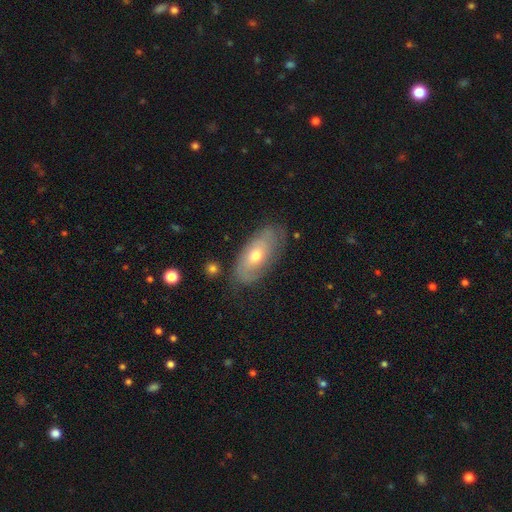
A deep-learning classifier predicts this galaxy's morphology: The model was most divided on "smooth or featured": featured or disk: 51%, smooth: 40%, star or artifact: 9%. More confident: edge-on disk — no (80%); merging — none (76%).